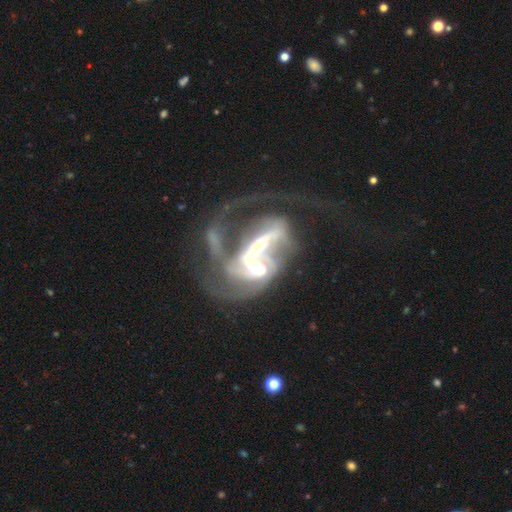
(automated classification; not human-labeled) Q: Smooth or featured?
A: featured or disk (84%); runner-up: smooth (9%)
Q: Edge-on disk?
A: no (96%); runner-up: yes (4%)
Q: Bar?
A: no (34%); runner-up: strong (33%)
Q: Spiral arms?
A: yes (82%); runner-up: no (18%)
Q: Spiral winding?
A: medium (39%); runner-up: loose (37%)
Q: Spiral arm count?
A: 2 (40%); runner-up: can't tell (28%)
Q: Bulge size?
A: moderate (55%); runner-up: small (21%)
Q: Merging?
A: merger (66%); runner-up: major disturbance (21%)